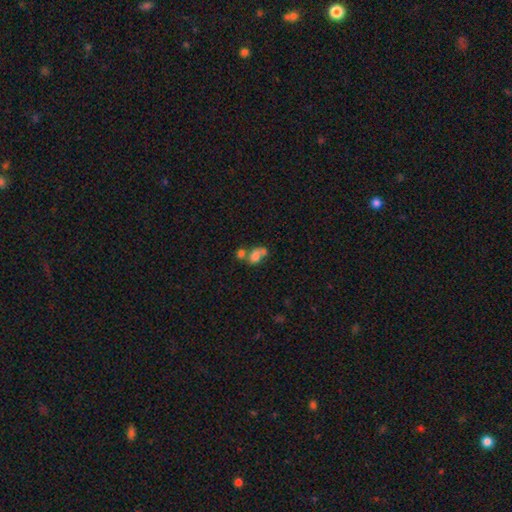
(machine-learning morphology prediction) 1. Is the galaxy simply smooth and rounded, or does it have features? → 70% smooth, 18% featured or disk, 13% star or artifact.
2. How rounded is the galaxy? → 62% in between, 36% round, 2% cigar-shaped.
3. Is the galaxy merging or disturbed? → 59% merger, 23% none, 10% minor disturbance, 9% major disturbance.